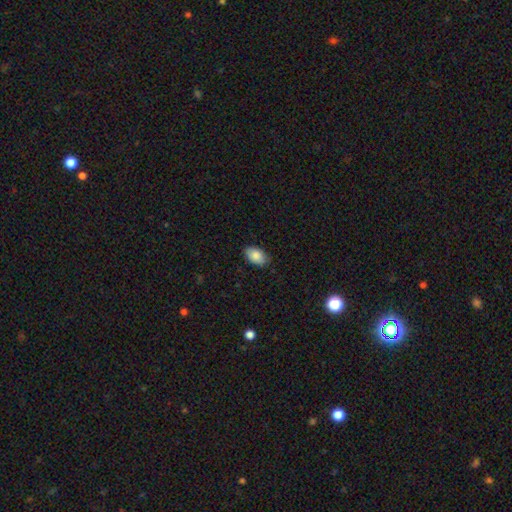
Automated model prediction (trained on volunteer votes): smooth-or-featured: smooth: 86% | star or artifact: 7% | featured or disk: 7%
  how-rounded: in between: 92% | round: 7% | cigar-shaped: 1%
  merging: none: 81% | minor disturbance: 15% | major disturbance: 3% | merger: 1%